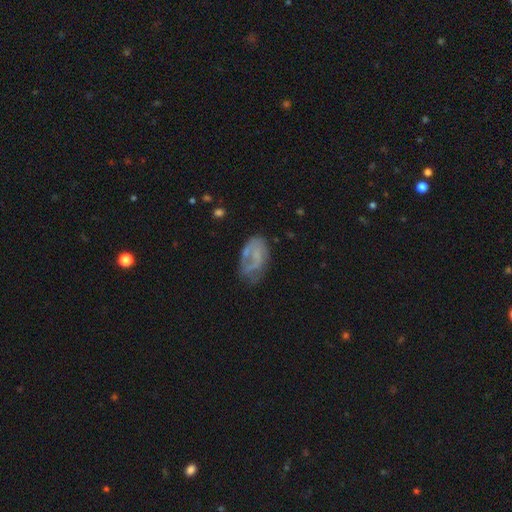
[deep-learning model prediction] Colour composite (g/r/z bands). It shows a featured or disk galaxy (51%). Merging: none (49%).